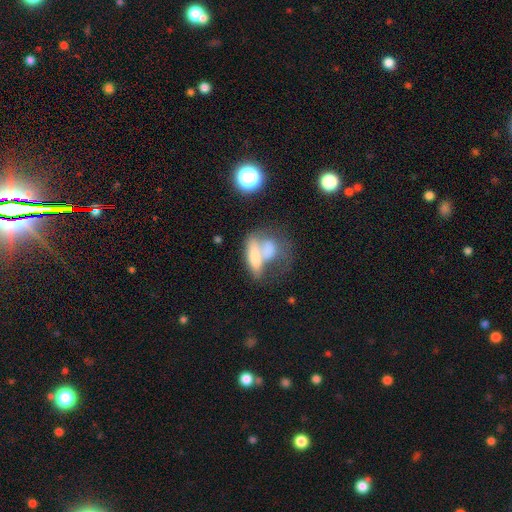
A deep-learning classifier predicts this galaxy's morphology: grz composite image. It shows a smooth galaxy with no disk features (58%) that is in between round and cigar-shaped (69%). Merging: merger (60%).